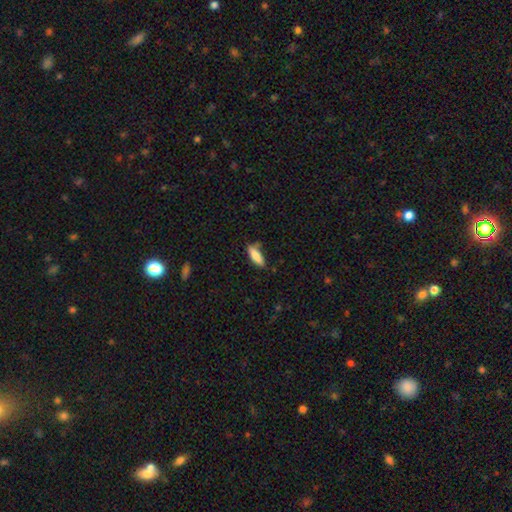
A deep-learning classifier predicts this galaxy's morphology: A smooth galaxy with no disk features (84%) that is cigar-shaped (49%, tied with in between). Merging: none (72%).